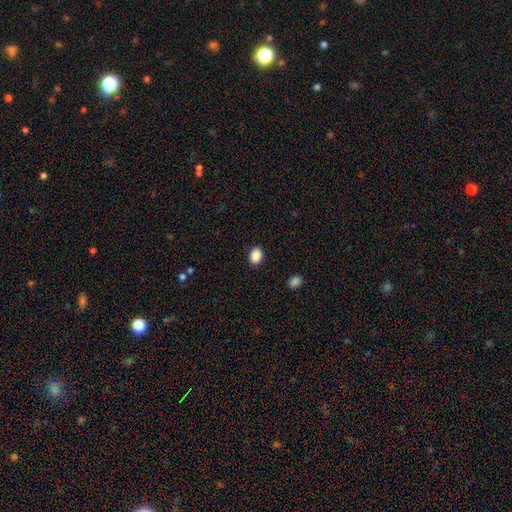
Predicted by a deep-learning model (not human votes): Q: Smooth or featured?
A: smooth (89%); runner-up: star or artifact (8%)
Q: How rounded?
A: in between (75%); runner-up: round (24%)
Q: Merging?
A: none (89%); runner-up: minor disturbance (8%)